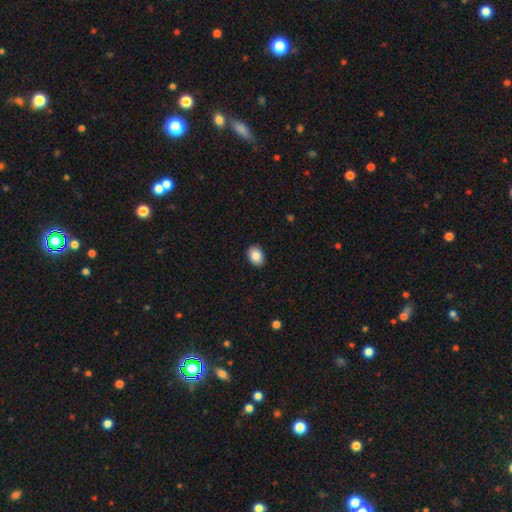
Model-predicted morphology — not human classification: Smooth or featured? Predicted: smooth (p=0.87). How rounded? Predicted: in between (p=0.68). Merging? Predicted: none (p=0.90).